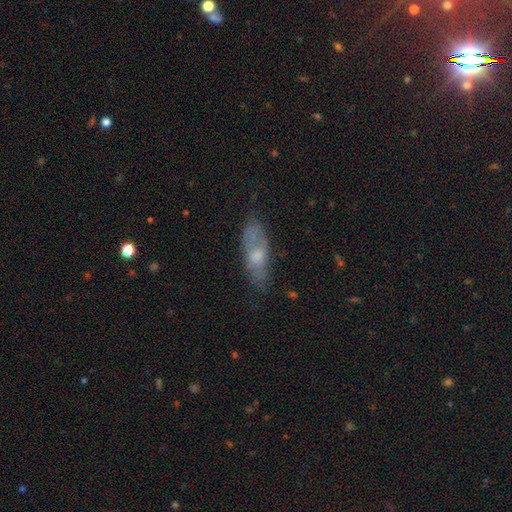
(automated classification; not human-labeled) Smooth or featured? Predicted: smooth (p=0.49). Merging? Predicted: none (p=0.64).